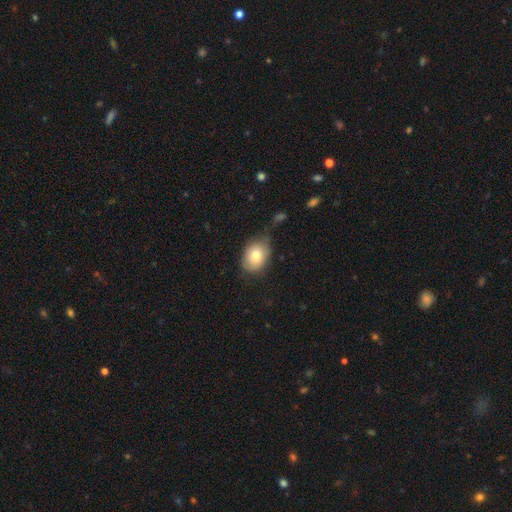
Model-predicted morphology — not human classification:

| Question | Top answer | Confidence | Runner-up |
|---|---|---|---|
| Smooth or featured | smooth | 78% | featured or disk (14%) |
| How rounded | in between | 60% | round (39%) |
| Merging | none | 60% | minor disturbance (28%) |